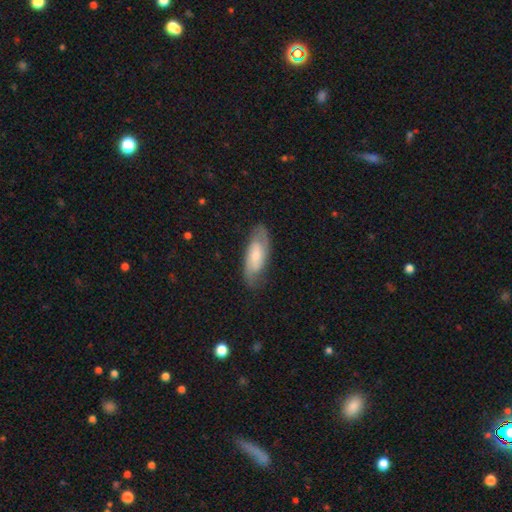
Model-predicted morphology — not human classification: smooth-or-featured: featured or disk: 53% | smooth: 40% | star or artifact: 6%
  disk-edge-on: no: 87% | yes: 13%
  merging: none: 76% | minor disturbance: 17% | major disturbance: 5% | merger: 1%